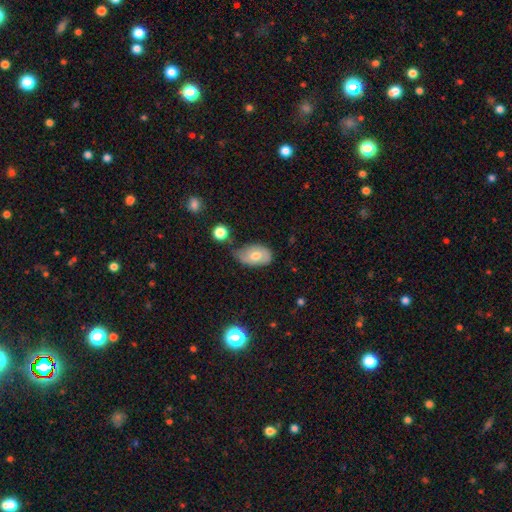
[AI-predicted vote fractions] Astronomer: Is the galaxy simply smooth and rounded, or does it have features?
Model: smooth — 64%.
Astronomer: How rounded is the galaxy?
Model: in between — 89%.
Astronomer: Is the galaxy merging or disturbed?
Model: minor disturbance — 40% (runner-up: none, 39%).